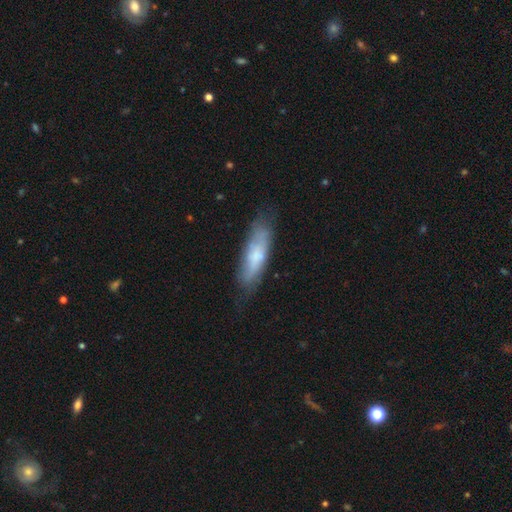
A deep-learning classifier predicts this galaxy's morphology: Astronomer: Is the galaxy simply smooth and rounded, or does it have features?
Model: smooth — 61%.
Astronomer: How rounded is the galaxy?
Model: cigar-shaped — 57% (runner-up: in between, 41%).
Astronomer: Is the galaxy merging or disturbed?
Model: none — 66%.